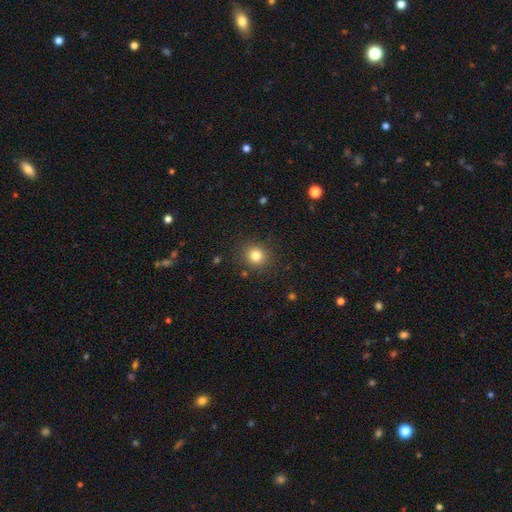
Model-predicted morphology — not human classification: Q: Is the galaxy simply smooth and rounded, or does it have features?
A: smooth — 81%.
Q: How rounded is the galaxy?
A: round — 86%.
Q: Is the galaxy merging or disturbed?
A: none — 88%.